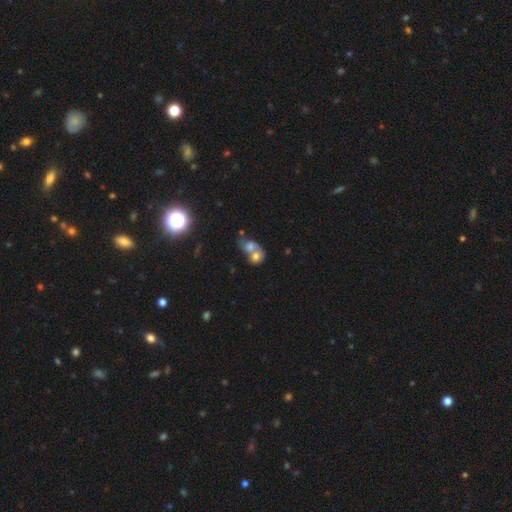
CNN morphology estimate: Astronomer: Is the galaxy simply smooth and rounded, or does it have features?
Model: smooth — 61%.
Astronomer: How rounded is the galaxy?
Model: round — 54% (runner-up: in between, 44%).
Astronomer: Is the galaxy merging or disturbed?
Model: merger — 76%.